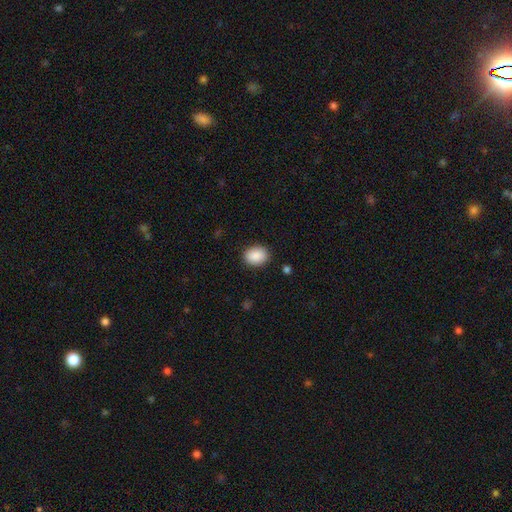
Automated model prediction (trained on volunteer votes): This appears to be a smooth galaxy with no disk features (90%) that is in between round and cigar-shaped (64%). Merging: none (88%).